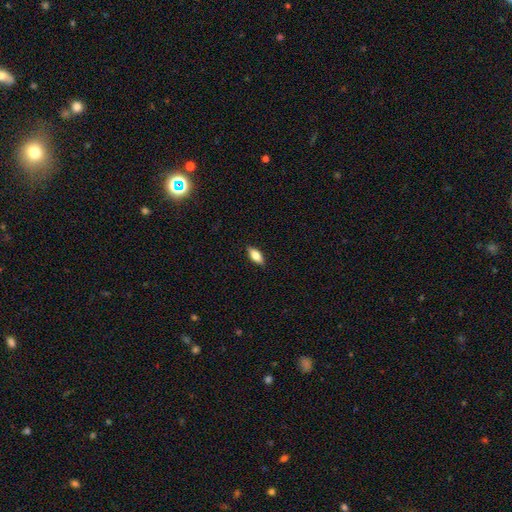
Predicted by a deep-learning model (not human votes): smooth-or-featured: smooth: 72% | featured or disk: 21% | star or artifact: 7%
  how-rounded: in between: 81% | cigar-shaped: 17% | round: 3%
  merging: none: 89% | minor disturbance: 8% | major disturbance: 2% | merger: 1%